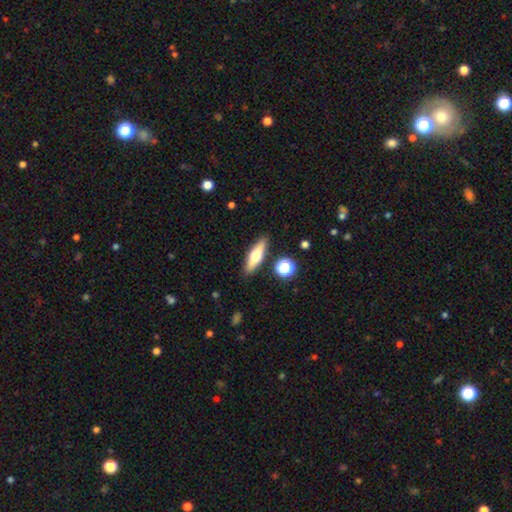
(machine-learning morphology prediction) The model was most divided on "smooth or featured": smooth: 51%, featured or disk: 42%, star or artifact: 8%. More confident: merging — none (87%); how rounded — cigar-shaped (59%).